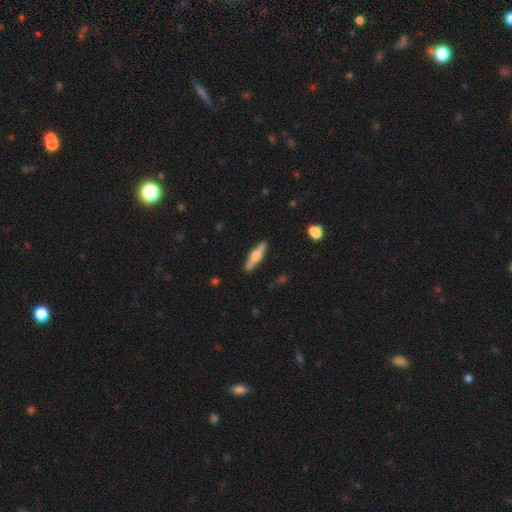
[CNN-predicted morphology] Smooth or featured? featured or disk (59%)
Edge-on disk? yes (95%)
Edge-on bulge? rounded (93%)
Merging? none (89%)